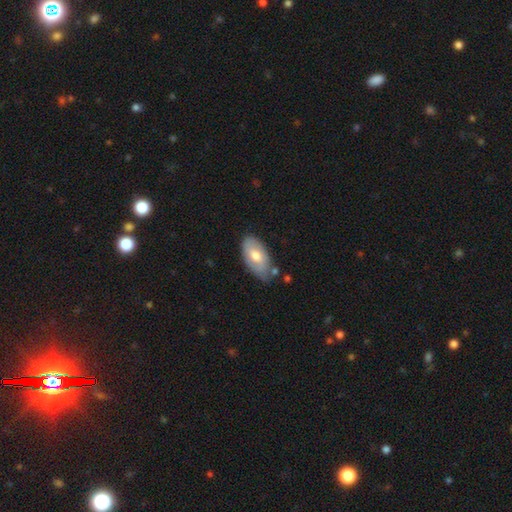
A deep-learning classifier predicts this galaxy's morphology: The model was most divided on "smooth or featured": smooth: 63%, featured or disk: 32%, star or artifact: 6%. More confident: how rounded — in between (94%); merging — none (63%).